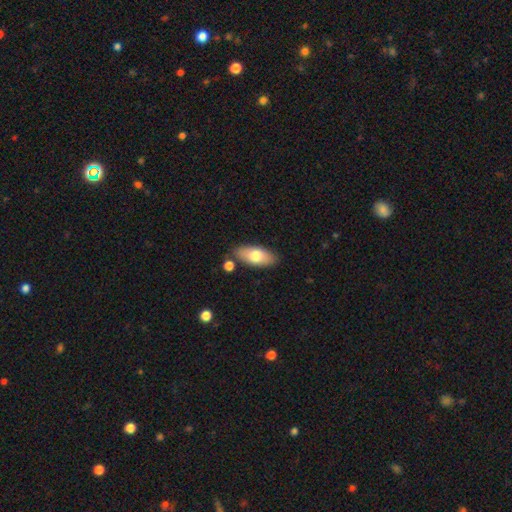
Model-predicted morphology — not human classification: A smooth galaxy with no disk features (72%) that is in between round and cigar-shaped (87%).

Vote fractions:
- Smooth or featured? smooth: 72% / featured or disk: 22% / star or artifact: 6%
- How rounded? in between: 87% / cigar-shaped: 10% / round: 3%
- Merging? none: 80% / minor disturbance: 12% / merger: 5% / major disturbance: 3%